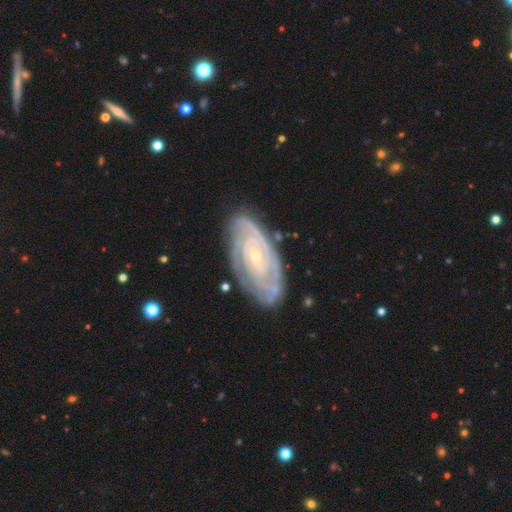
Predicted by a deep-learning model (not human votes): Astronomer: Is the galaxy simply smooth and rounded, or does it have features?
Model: featured or disk — 85%.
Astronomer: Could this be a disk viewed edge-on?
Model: no — 94%.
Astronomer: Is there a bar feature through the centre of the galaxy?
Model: no — 68%.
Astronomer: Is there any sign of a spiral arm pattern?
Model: yes — 94%.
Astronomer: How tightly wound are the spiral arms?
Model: tight — 77%.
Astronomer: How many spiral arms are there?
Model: can't tell — 36% (runner-up: 2, 28%).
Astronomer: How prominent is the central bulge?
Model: small — 83%.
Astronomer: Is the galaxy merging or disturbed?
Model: none — 75%.